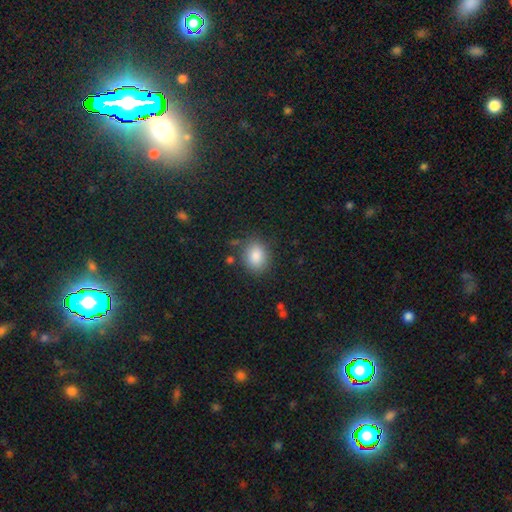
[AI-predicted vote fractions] Smooth or featured: smooth — 86% (star or artifact — 9%)
How rounded: round — 50% (in between — 49%)
Merging: none — 79% (minor disturbance — 13%)